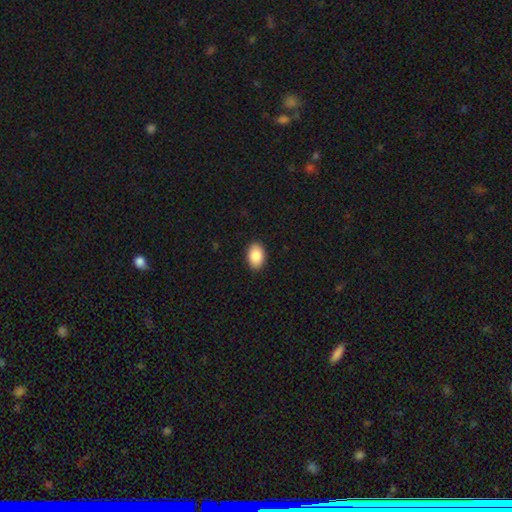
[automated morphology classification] A smooth galaxy with no disk features (88%) that is in between round and cigar-shaped (88%). Merging: none (90%).